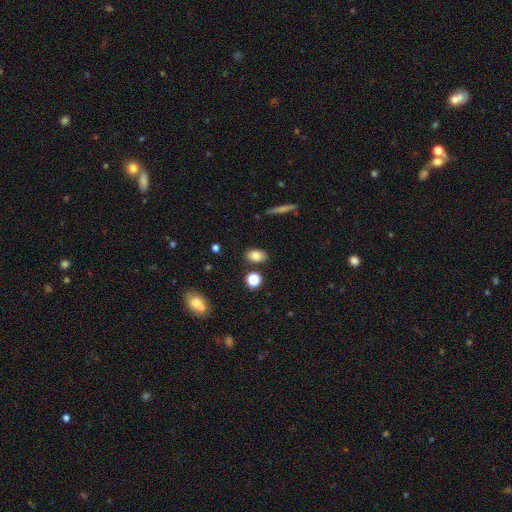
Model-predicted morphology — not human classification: This is clearly a smooth galaxy (81%). How rounded: clearly in between (85%). Merging: clearly none (83%).